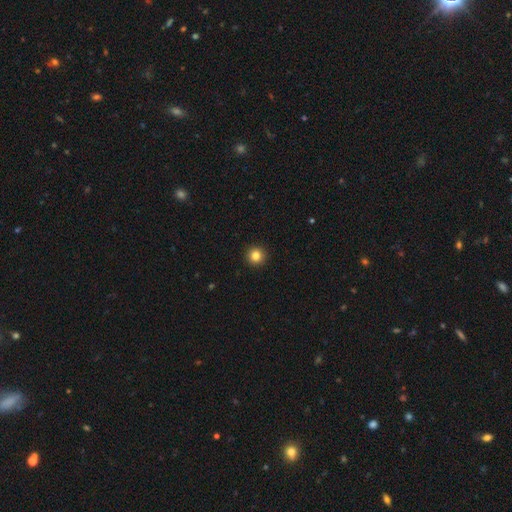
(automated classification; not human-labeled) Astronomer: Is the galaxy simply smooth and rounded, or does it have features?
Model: smooth — 83%.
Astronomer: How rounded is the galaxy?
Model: round — 95%.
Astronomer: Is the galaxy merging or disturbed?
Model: none — 94%.